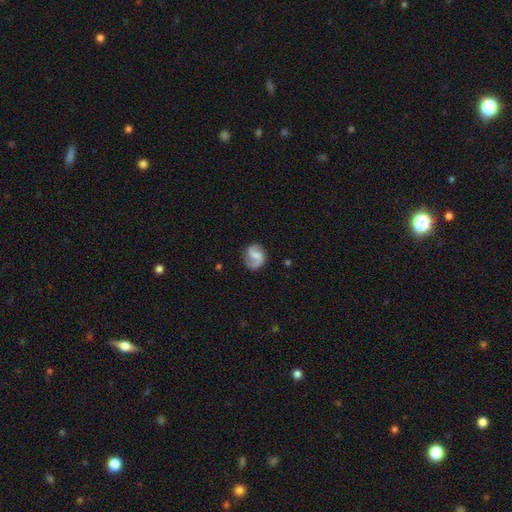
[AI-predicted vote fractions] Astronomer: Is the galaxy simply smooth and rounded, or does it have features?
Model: featured or disk — 71%.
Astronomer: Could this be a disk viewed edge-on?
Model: no — 98%.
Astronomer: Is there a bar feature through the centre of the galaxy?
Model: weak — 49% (runner-up: no, 40%).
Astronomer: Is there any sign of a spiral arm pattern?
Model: yes — 95%.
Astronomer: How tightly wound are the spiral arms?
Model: medium — 44% (runner-up: loose, 39%).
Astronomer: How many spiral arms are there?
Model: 2 — 86%.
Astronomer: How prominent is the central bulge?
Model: small — 39% (runner-up: moderate, 28%).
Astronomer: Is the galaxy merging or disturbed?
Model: none — 78%.